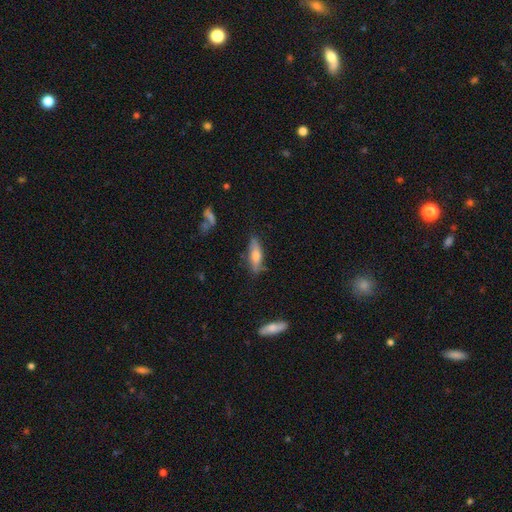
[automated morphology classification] Overall: smooth (60%; featured or disk 33%). How rounded: cigar-shaped (54%; in between 44%). Merging: none (74%).